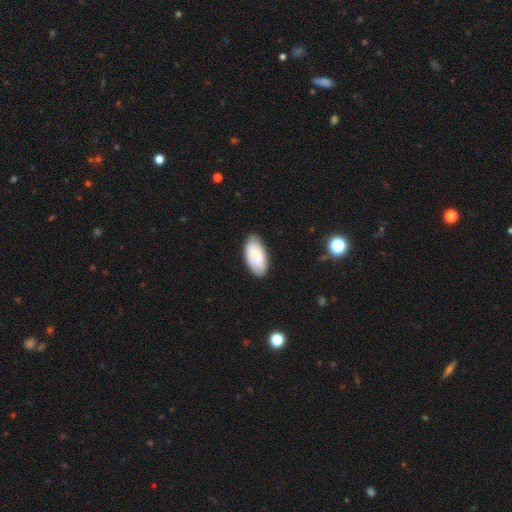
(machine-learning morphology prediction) smooth-or-featured: smooth: 65% | featured or disk: 28% | star or artifact: 7%
  how-rounded: in between: 95% | cigar-shaped: 3% | round: 2%
  merging: none: 78% | minor disturbance: 17% | major disturbance: 4% | merger: 2%